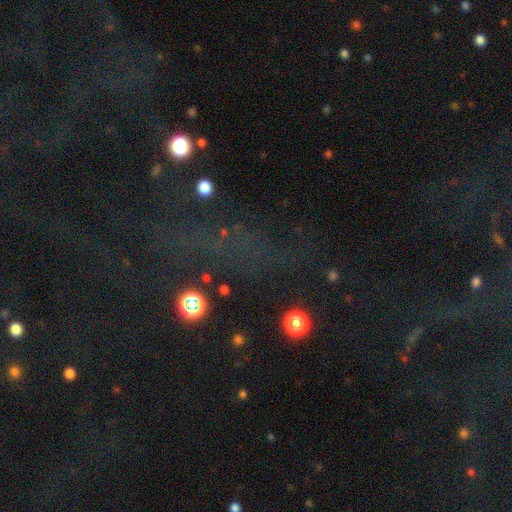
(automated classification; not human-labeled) Smooth or featured?
  - star or artifact: 56% *
  - smooth: 28%
  - featured or disk: 16%